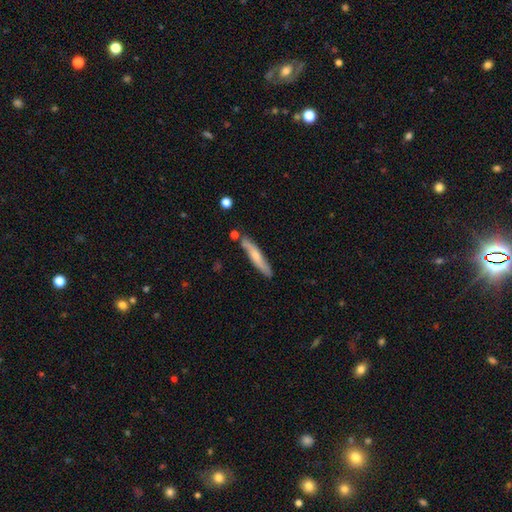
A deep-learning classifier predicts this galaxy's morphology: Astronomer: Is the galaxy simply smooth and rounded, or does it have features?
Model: smooth — 56% (runner-up: featured or disk, 38%).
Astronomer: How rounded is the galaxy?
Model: cigar-shaped — 92%.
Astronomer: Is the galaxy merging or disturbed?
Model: none — 79%.